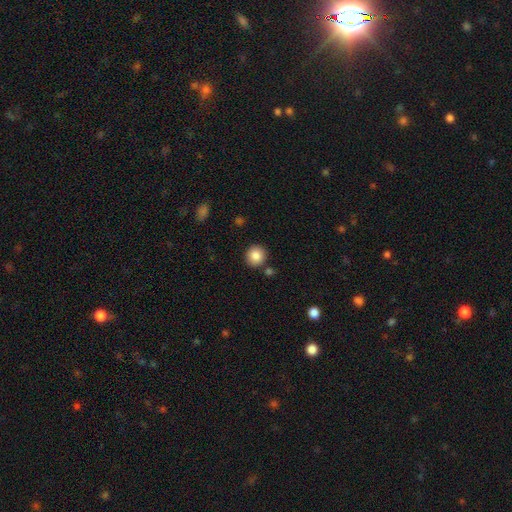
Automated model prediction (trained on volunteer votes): The model was most divided on "merging": none: 84%, minor disturbance: 8%, merger: 6%, major disturbance: 2%. More confident: how rounded — round (90%); smooth or featured — smooth (86%).